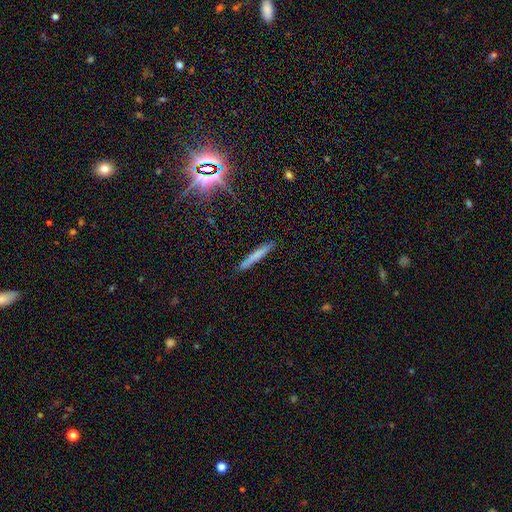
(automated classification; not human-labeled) smooth-or-featured: smooth: 66% | featured or disk: 23% | star or artifact: 11%
  how-rounded: cigar-shaped: 95% | in between: 3% | round: 2%
  merging: none: 88% | minor disturbance: 9% | major disturbance: 2% | merger: 2%